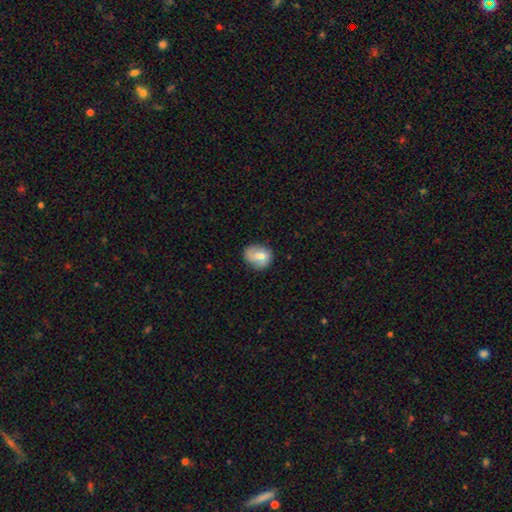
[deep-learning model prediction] A smooth galaxy with no disk features (64%) that is round (55%). Merging: none (58%).